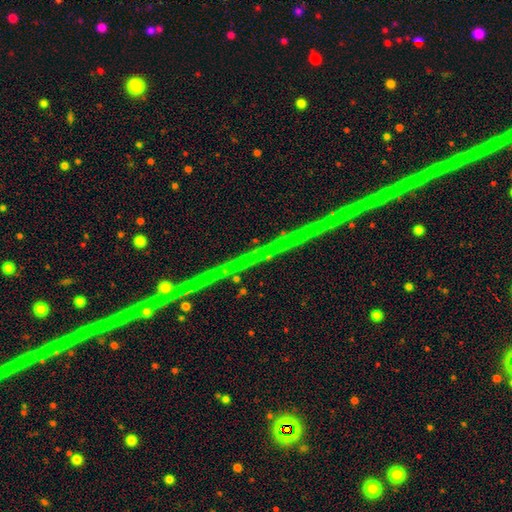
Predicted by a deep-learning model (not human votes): star or artifact 74%, featured or disk 17%, smooth 9%.